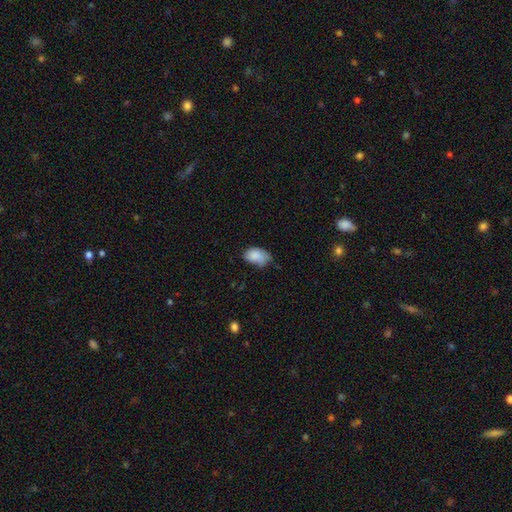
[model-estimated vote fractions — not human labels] A smooth galaxy with no disk features (84%) that is in between round and cigar-shaped (89%).

Vote fractions:
- Smooth or featured? smooth: 84% / featured or disk: 9% / star or artifact: 8%
- How rounded? in between: 89% / round: 9% / cigar-shaped: 1%
- Merging? none: 44% / minor disturbance: 42% / major disturbance: 10% / merger: 3%